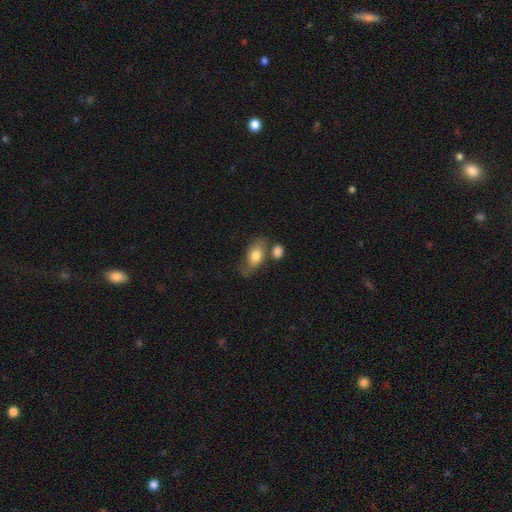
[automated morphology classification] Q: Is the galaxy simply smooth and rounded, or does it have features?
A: smooth — 70%.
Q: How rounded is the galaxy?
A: in between — 86%.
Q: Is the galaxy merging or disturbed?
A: none — 52%.